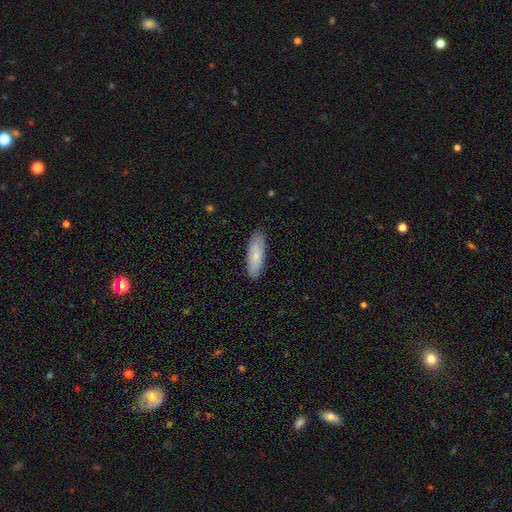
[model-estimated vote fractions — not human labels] Smooth or featured?
  - smooth: 76% *
  - featured or disk: 18%
  - star or artifact: 6%
How rounded?
  - in between: 57% *
  - cigar-shaped: 42%
  - round: 2%
Merging?
  - none: 87% *
  - minor disturbance: 10%
  - major disturbance: 2%
  - merger: 1%